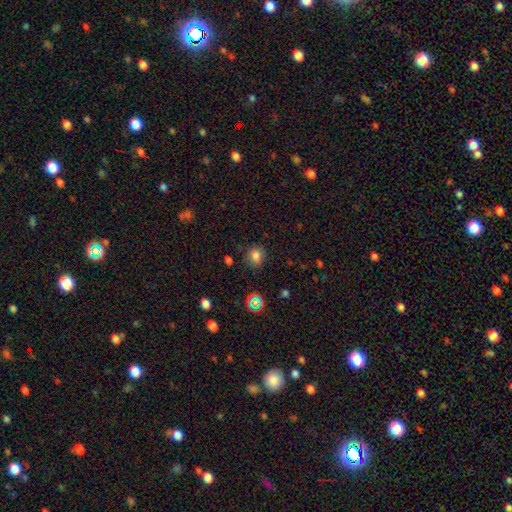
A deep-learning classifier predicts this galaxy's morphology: This appears to be a smooth galaxy with no disk features (77%) that is round (71%). Merging: none (79%).